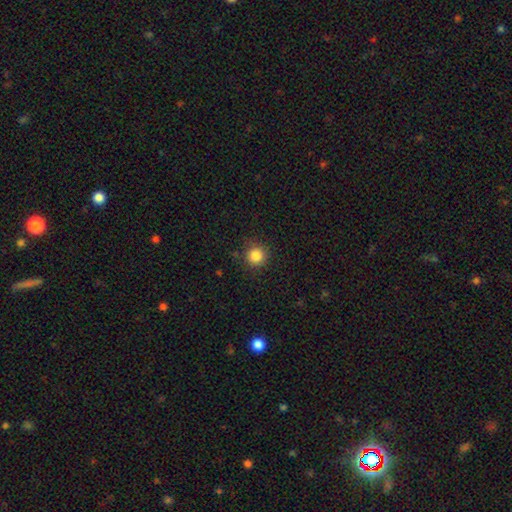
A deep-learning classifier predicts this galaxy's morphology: Smooth or featured? smooth (85%)
How rounded? round (94%)
Merging? none (88%)